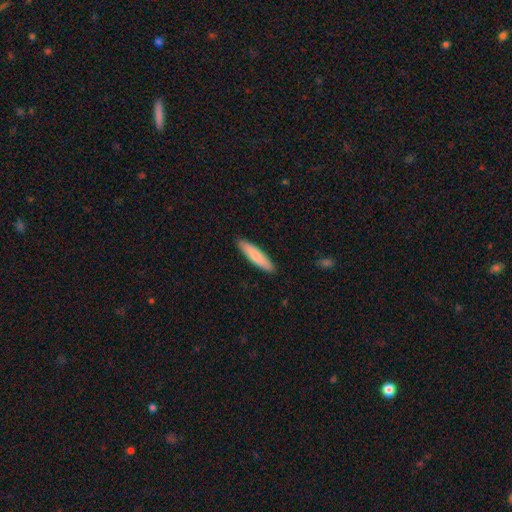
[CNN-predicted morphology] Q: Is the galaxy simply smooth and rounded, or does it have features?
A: smooth — 83%.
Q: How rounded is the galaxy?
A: cigar-shaped — 79%.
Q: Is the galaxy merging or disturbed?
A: none — 90%.